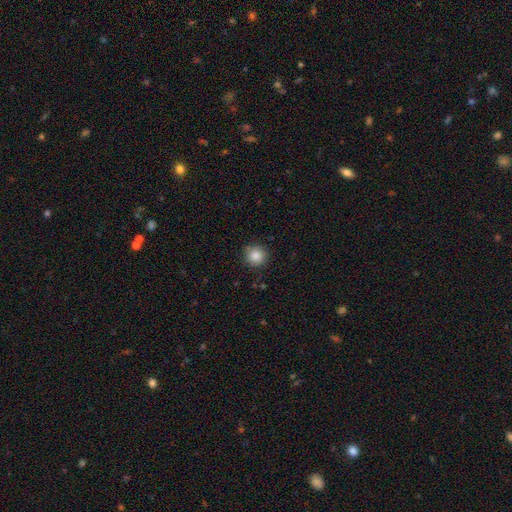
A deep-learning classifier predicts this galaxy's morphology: Smooth or featured: smooth — 85% (star or artifact — 10%)
How rounded: round — 93% (in between — 6%)
Merging: none — 87% (minor disturbance — 10%)